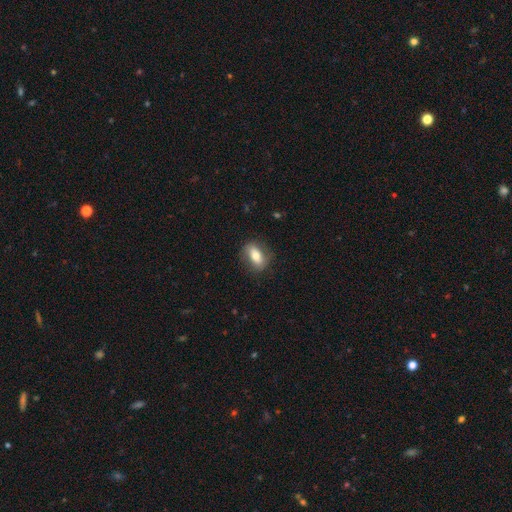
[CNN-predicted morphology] This is likely a smooth galaxy (67%). How rounded: clearly in between (81%). Merging: likely none (77%).